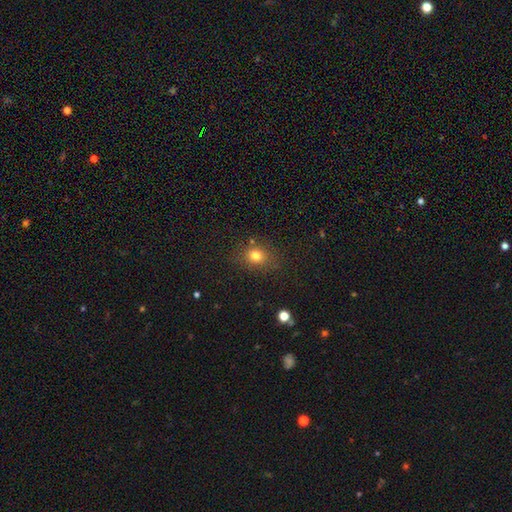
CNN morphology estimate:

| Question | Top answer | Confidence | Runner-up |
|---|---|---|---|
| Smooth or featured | smooth | 77% | star or artifact (15%) |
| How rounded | round | 63% | in between (36%) |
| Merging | none | 79% | minor disturbance (13%) |